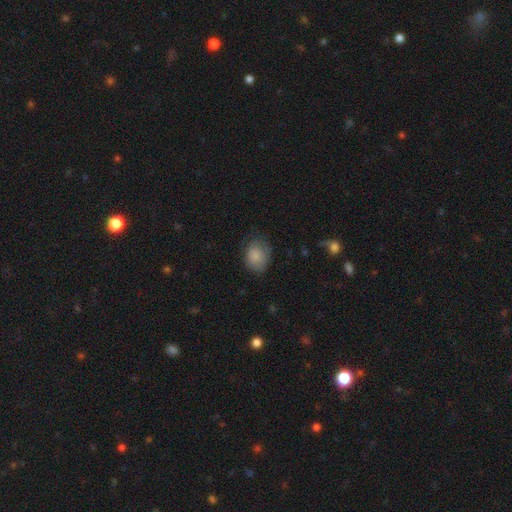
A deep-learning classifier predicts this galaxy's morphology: Smooth or featured? Predicted: smooth (p=0.83). How rounded? Predicted: in between (p=0.51). Merging? Predicted: none (p=0.61).